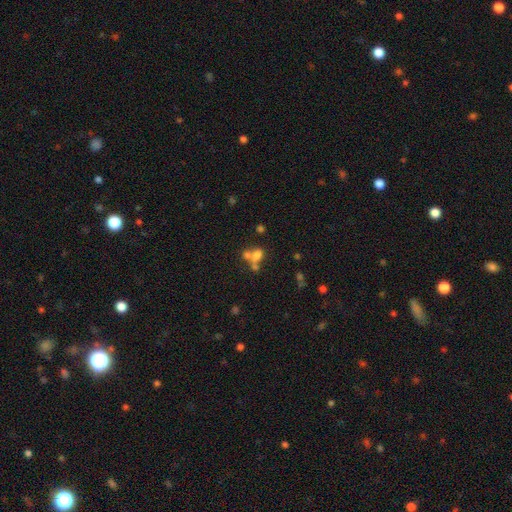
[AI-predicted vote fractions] Q: Smooth or featured?
A: smooth (62%); runner-up: featured or disk (20%)
Q: How rounded?
A: round (50%); runner-up: in between (48%)
Q: Merging?
A: merger (55%); runner-up: none (30%)